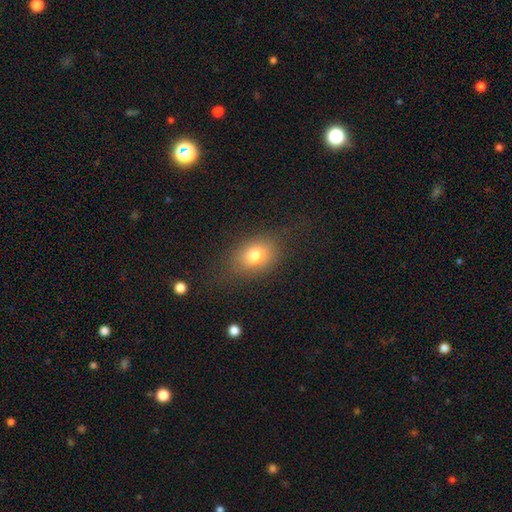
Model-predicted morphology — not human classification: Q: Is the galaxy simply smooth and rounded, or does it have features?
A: smooth — 76%.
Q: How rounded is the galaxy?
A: in between — 68%.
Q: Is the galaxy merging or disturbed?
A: none — 76%.